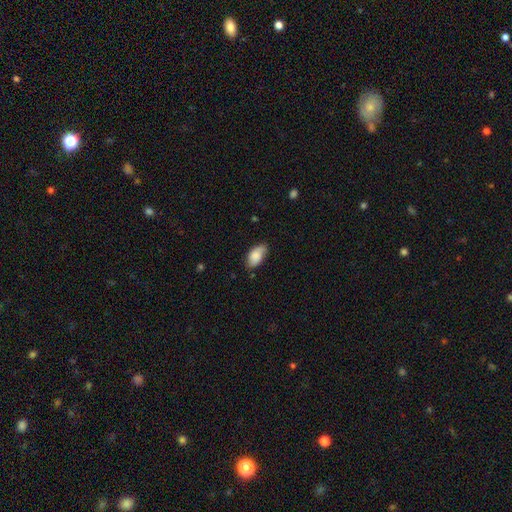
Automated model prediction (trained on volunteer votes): Smooth or featured? smooth (82%)
How rounded? in between (94%)
Merging? none (70%)